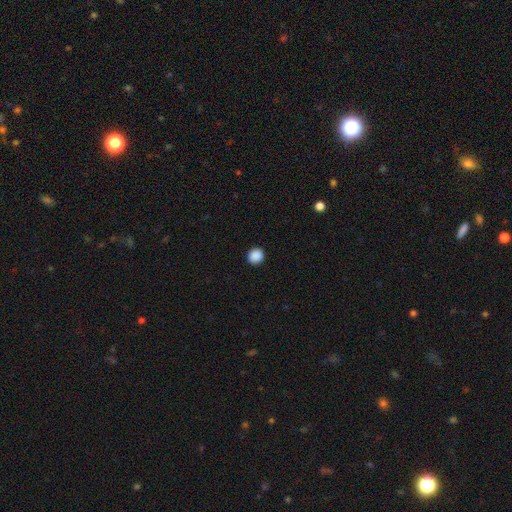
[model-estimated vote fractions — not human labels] This is clearly a smooth galaxy (89%). How rounded: clearly round (88%). Merging: clearly none (92%).